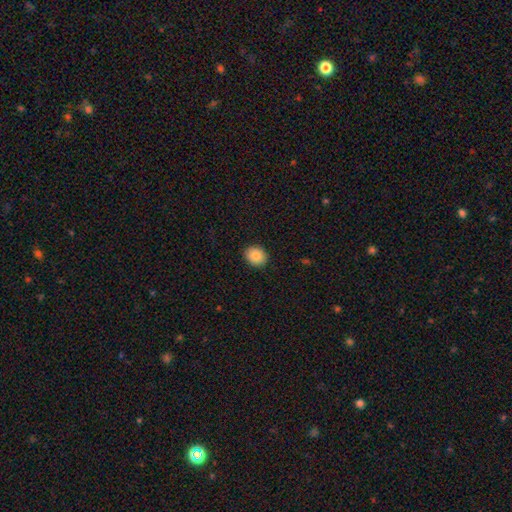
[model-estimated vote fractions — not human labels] smooth 86%, star or artifact 8%, featured or disk 6%. Down the decision tree: how rounded — round (62%); merging — none (91%).